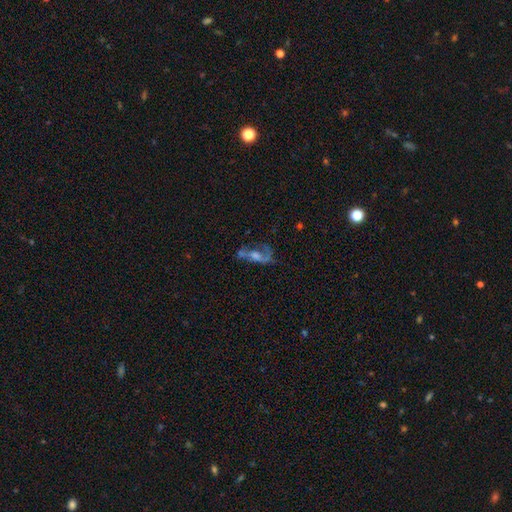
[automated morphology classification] smooth-or-featured: featured or disk: 65% | smooth: 21% | star or artifact: 14%
  disk-edge-on: no: 88% | yes: 12%
    bar: no: 62% | weak: 28% | strong: 10%
    has-spiral-arms: yes: 68% | no: 32%
    bulge-size: moderate: 47% | small: 23% | large: 14% | none: 13% | dominant: 3%
  merging: none: 32% | major disturbance: 29% | merger: 24% | minor disturbance: 16%